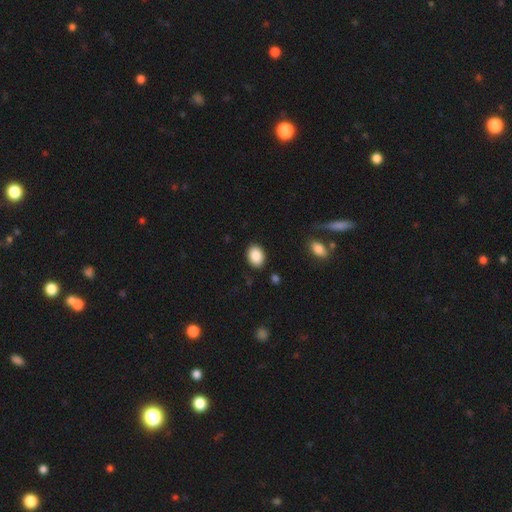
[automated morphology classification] Overall: smooth (89%). How rounded: in between (69%; round 30%). Merging: none (88%).